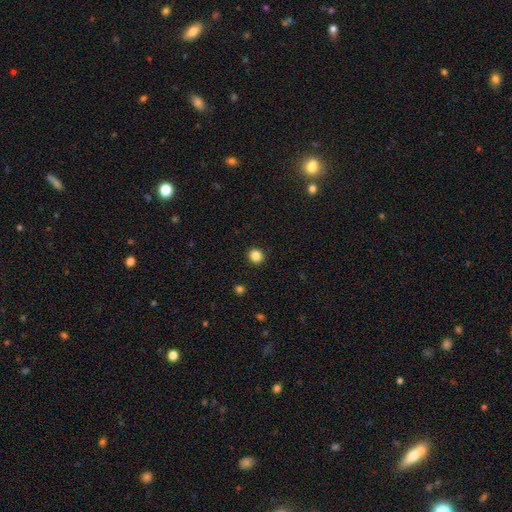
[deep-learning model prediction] Overall: smooth (85%). How rounded: round (92%). Merging: none (93%).